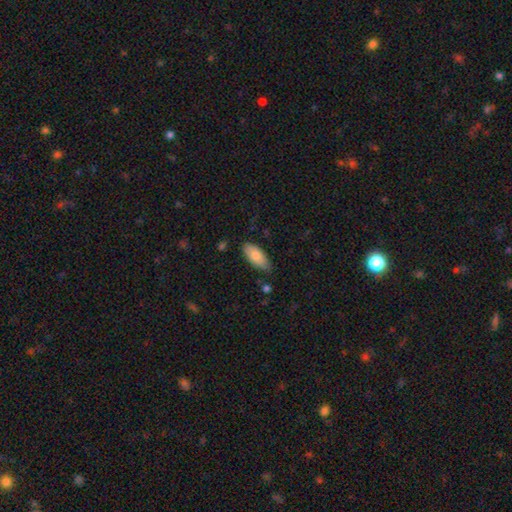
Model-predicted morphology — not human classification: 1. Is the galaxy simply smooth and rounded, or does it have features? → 80% smooth, 14% featured or disk, 6% star or artifact.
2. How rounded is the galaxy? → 88% in between, 10% cigar-shaped, 2% round.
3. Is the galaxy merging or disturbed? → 79% none, 17% minor disturbance, 3% major disturbance, 2% merger.